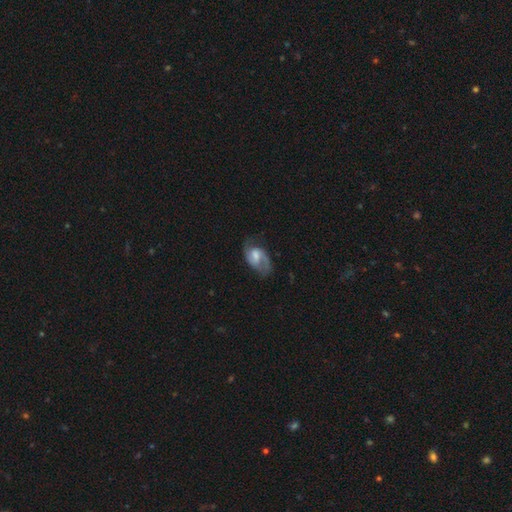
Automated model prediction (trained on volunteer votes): smooth_or_featured: featured or disk (p=0.75) [alt: smooth p=0.19]
disk_edge_on: no (p=0.97) [alt: yes p=0.03]
bar: weak (p=0.55) [alt: no p=0.31]
has_spiral_arms: yes (p=0.93) [alt: no p=0.07]
spiral_winding: medium (p=0.51) [alt: loose p=0.27]
spiral_arm_count: 2 (p=0.82) [alt: 1 p=0.08]
bulge_size: moderate (p=0.42) [alt: small p=0.29]
merging: none (p=0.66) [alt: minor disturbance p=0.22]